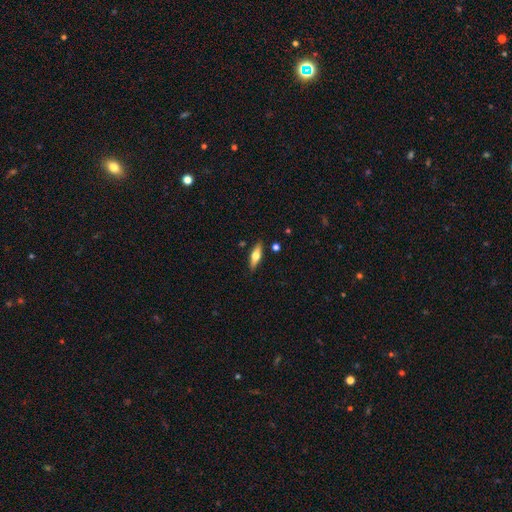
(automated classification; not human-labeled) smooth-or-featured: smooth: 48% | featured or disk: 46% | star or artifact: 6%
  merging: none: 86% | minor disturbance: 9% | merger: 2% | major disturbance: 2%